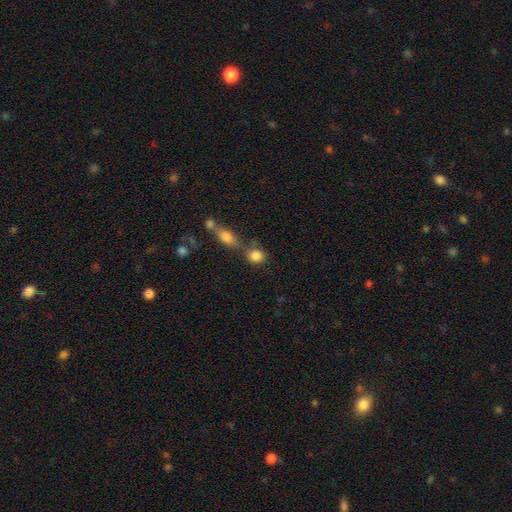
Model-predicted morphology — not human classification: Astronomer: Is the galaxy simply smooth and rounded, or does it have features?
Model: smooth — 84%.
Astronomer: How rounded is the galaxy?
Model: round — 70%.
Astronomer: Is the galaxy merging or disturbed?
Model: none — 51% (runner-up: merger, 31%).